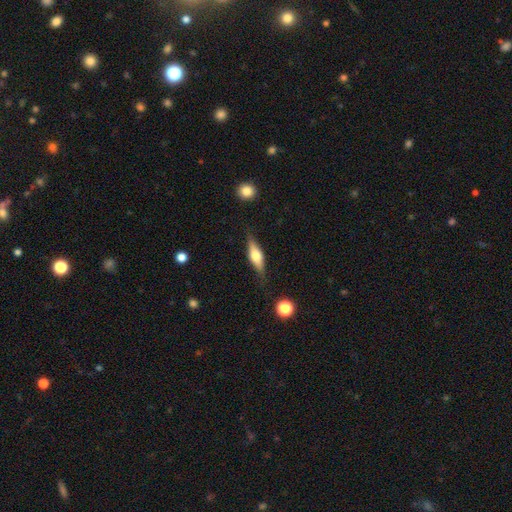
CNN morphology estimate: type=featured or disk (51%); edge-on=yes (93%); merging=none (80%).